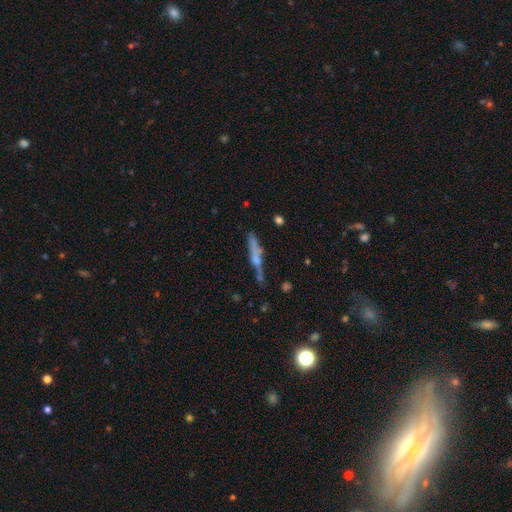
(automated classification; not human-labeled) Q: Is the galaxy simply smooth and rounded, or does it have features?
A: featured or disk — 49%.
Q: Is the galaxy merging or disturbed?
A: none — 60%.